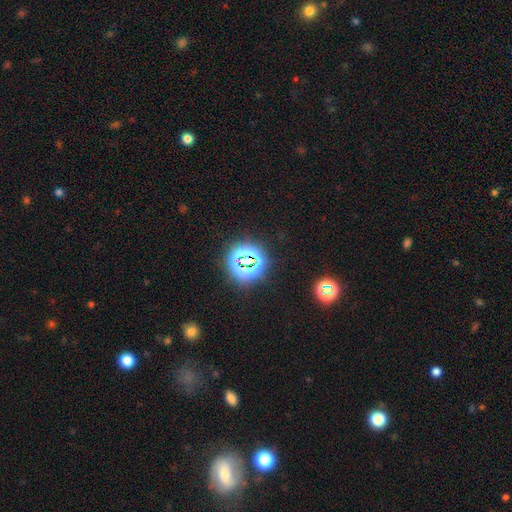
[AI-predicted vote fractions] Smooth or featured: star or artifact — 75% (smooth — 17%)